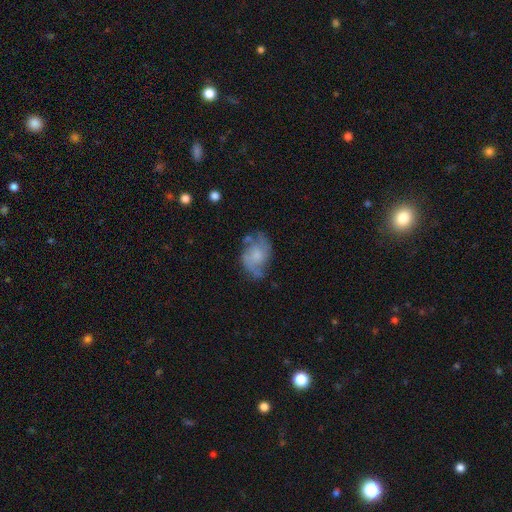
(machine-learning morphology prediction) smooth-or-featured: featured or disk: 65% | smooth: 28% | star or artifact: 8%
  disk-edge-on: no: 97% | yes: 3%
    bar: no: 72% | weak: 25% | strong: 4%
    has-spiral-arms: yes: 81% | no: 19%
      spiral-winding: medium: 44% | loose: 37% | tight: 18%
      spiral-arm-count: 2: 73% | can't tell: 15% | 3: 5% | 1: 4% | 4: 2% | more than 4: 2%
    bulge-size: small: 41% | moderate: 29% | none: 22% | large: 7% | dominant: 2%
  merging: none: 52% | minor disturbance: 27% | major disturbance: 17% | merger: 4%